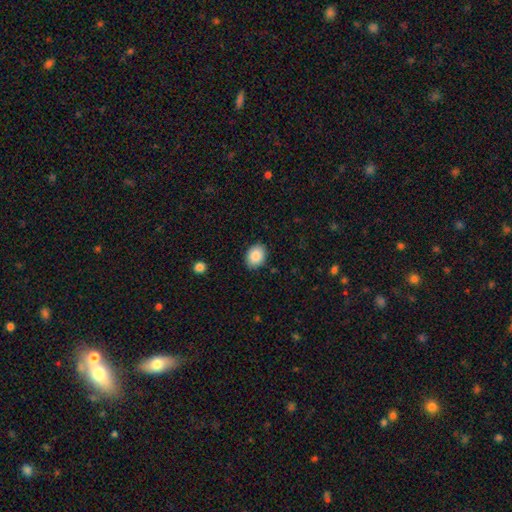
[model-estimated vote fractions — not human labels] Q: Smooth or featured?
A: smooth (88%); runner-up: star or artifact (8%)
Q: How rounded?
A: in between (58%); runner-up: round (41%)
Q: Merging?
A: none (87%); runner-up: minor disturbance (9%)